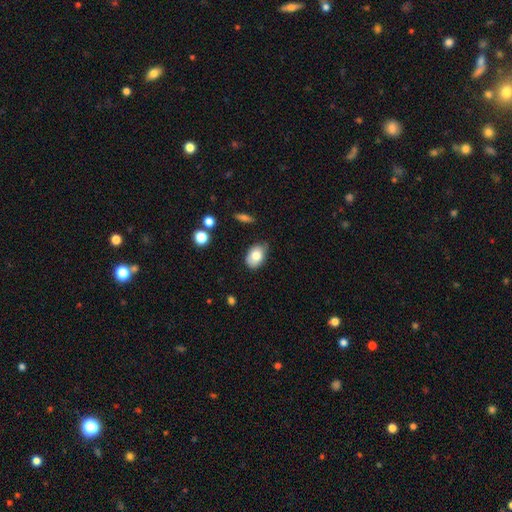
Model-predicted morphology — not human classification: smooth 78%, featured or disk 13%, star or artifact 8%. Down the decision tree: how rounded — in between (82%); merging — none (63%).